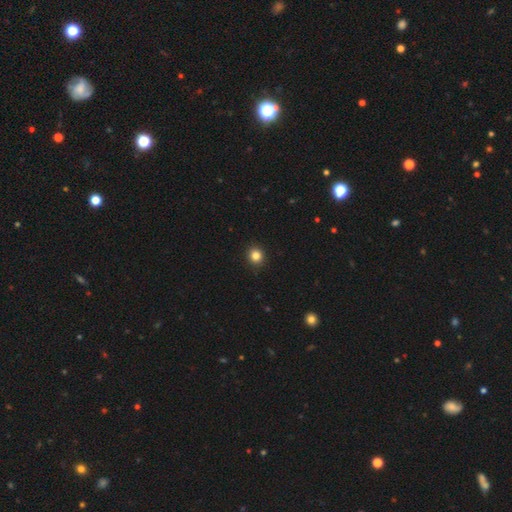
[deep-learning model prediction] This appears to be a smooth galaxy with no disk features (84%) that is round (88%). Merging: none (92%).